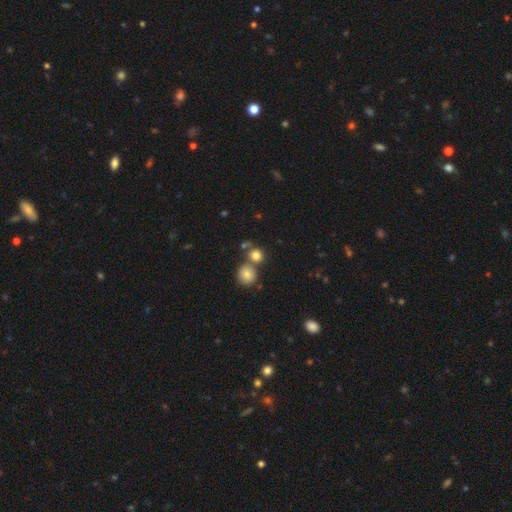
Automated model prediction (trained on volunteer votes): Overall: smooth (80%). How rounded: round (83%). Merging: none (60%; merger 28%).